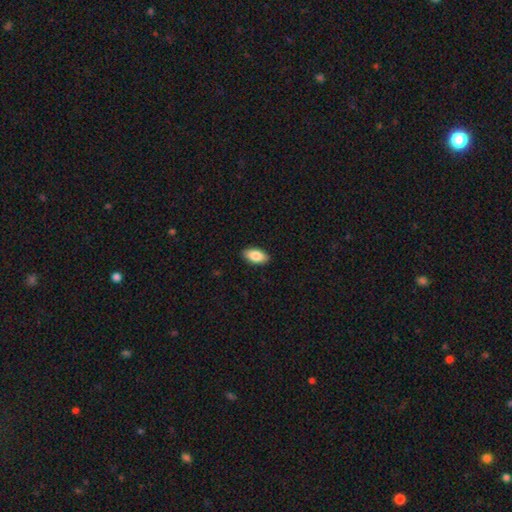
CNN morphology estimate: The model was most divided on "smooth or featured": smooth: 85%, featured or disk: 9%, star or artifact: 6%. More confident: how rounded — in between (92%); merging — none (90%).